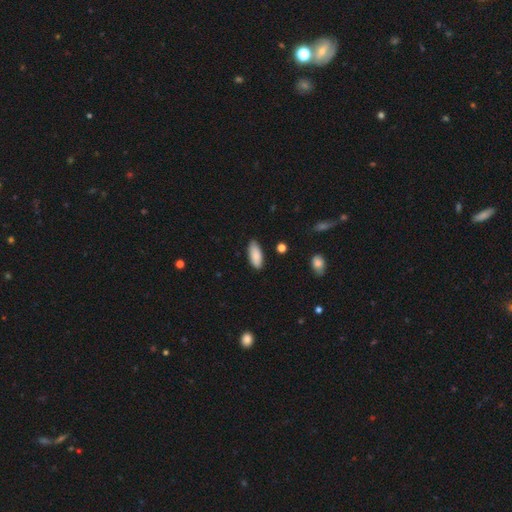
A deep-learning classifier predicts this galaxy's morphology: smooth 88%, featured or disk 6%, star or artifact 6%. Down the decision tree: how rounded — in between (81%); merging — none (86%).